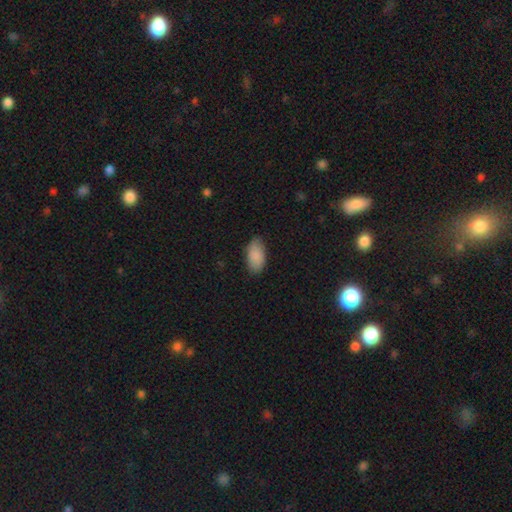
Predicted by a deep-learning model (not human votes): Overall: smooth (88%). How rounded: in between (95%). Merging: none (81%).